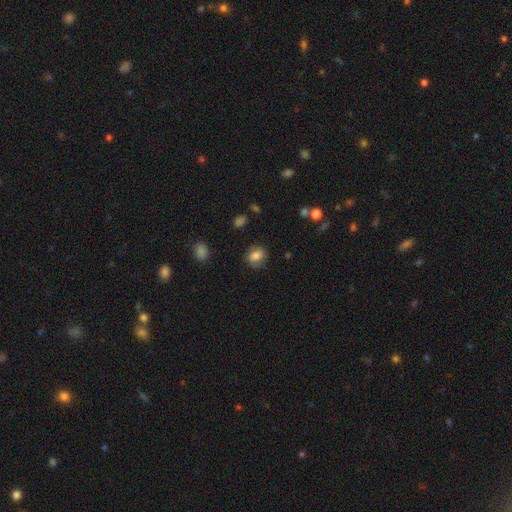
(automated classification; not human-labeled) Smooth or featured? Predicted: smooth (p=0.74). How rounded? Predicted: round (p=0.62). Merging? Predicted: none (p=0.78).